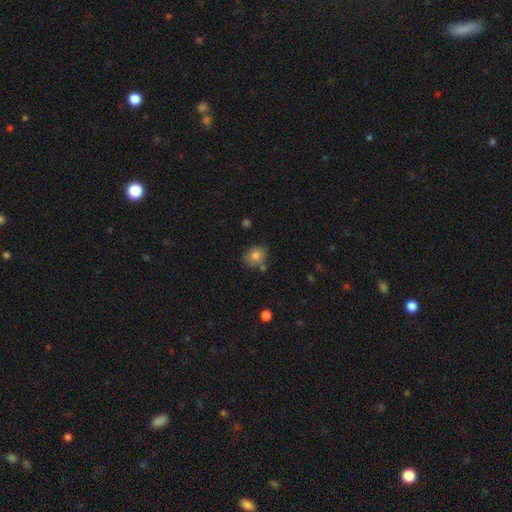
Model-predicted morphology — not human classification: Overall: smooth (79%). How rounded: round (70%). Merging: none (70%).